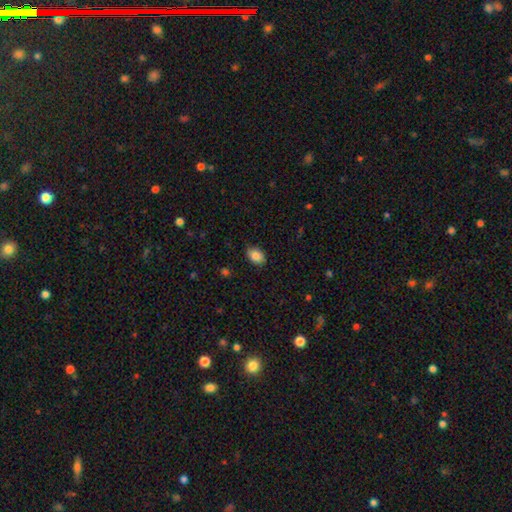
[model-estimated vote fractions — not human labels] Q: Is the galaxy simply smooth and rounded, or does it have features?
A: smooth — 85%.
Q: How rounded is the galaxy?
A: in between — 83%.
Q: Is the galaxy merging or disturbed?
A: none — 84%.